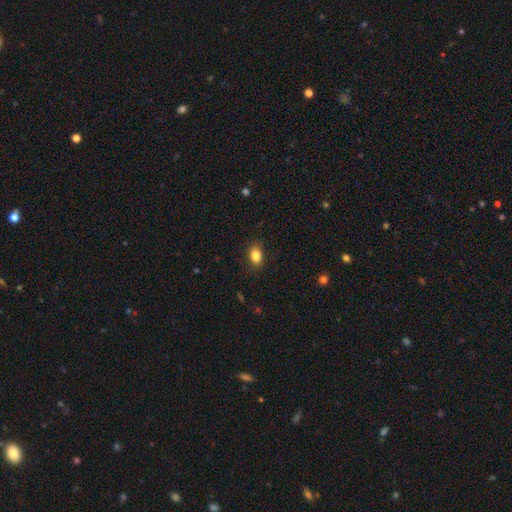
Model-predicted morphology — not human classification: This appears to be a smooth galaxy with no disk features (85%) that is in between round and cigar-shaped (82%). Merging: none (86%).